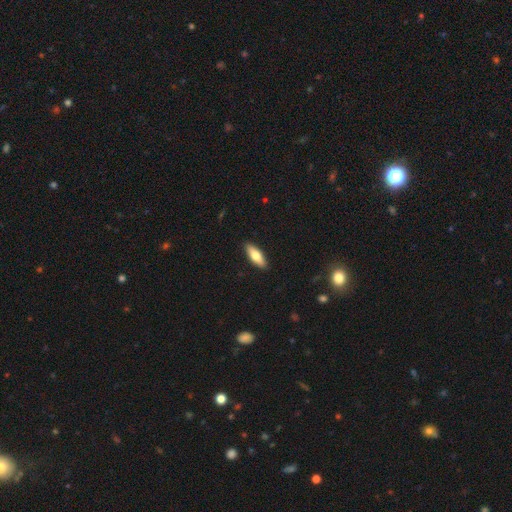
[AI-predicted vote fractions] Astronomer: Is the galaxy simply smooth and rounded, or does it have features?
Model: smooth — 72%.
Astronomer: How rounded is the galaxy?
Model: in between — 63%.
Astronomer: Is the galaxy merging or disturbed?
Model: none — 90%.